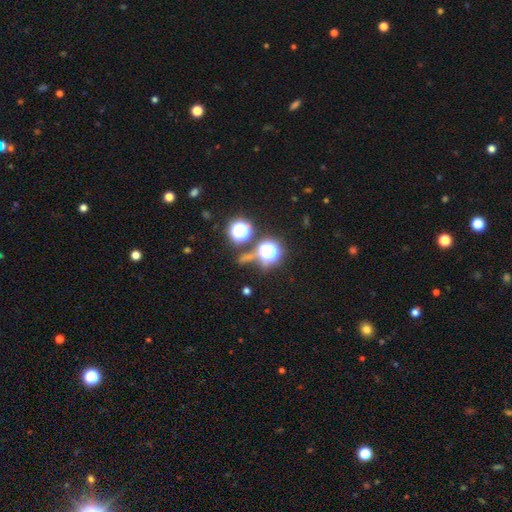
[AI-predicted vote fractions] smooth_or_featured: star or artifact (p=0.70) [alt: smooth p=0.21]